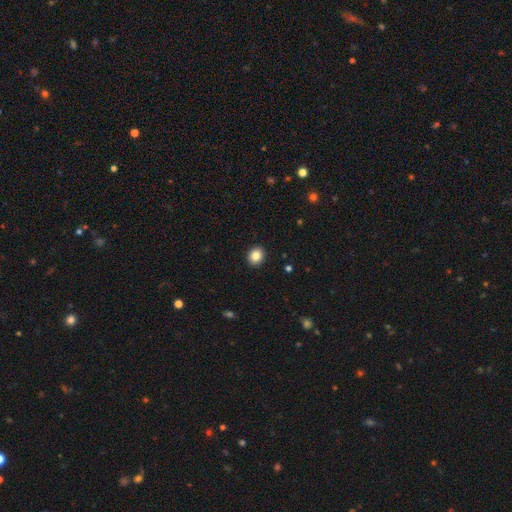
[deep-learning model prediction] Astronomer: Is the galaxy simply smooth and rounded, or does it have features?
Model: smooth — 85%.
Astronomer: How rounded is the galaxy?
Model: round — 67%.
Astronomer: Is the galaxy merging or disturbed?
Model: none — 92%.